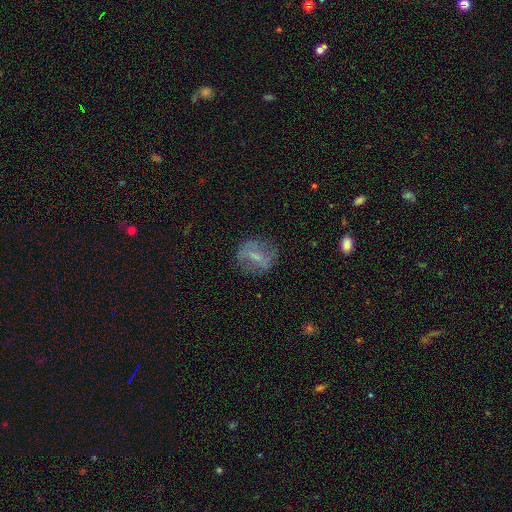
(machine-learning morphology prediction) Q: Smooth or featured?
A: featured or disk (48%); runner-up: smooth (42%)
Q: Merging?
A: none (72%); runner-up: minor disturbance (17%)